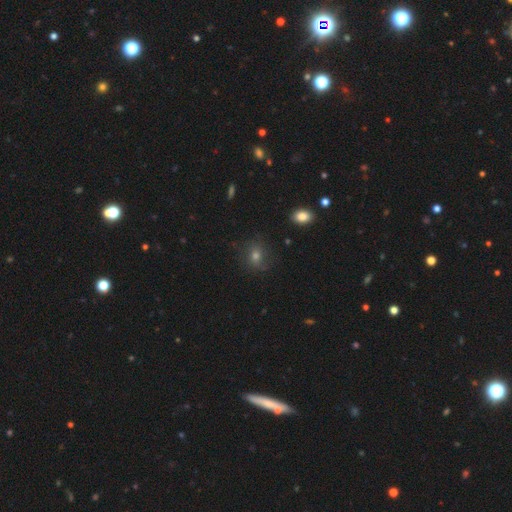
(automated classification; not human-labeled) This is possibly a smooth galaxy (56%). How rounded: likely round (67%). Merging: likely none (78%).